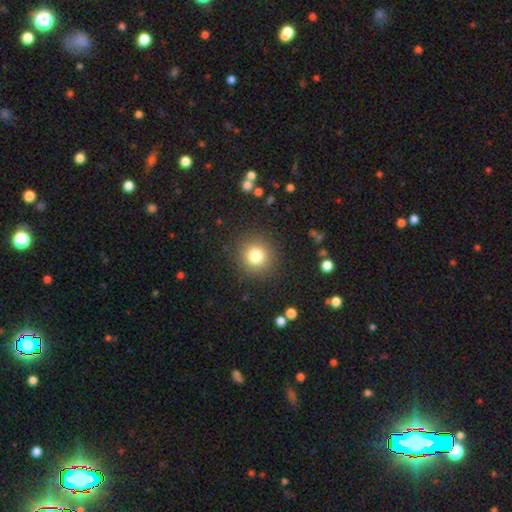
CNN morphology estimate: A smooth galaxy with no disk features (79%) that is round (94%). Merging: none (90%).